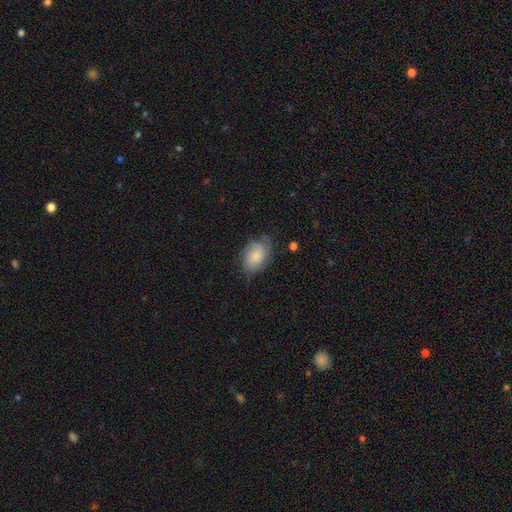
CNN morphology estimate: Smooth or featured?
  - smooth: 68% *
  - featured or disk: 25%
  - star or artifact: 7%
How rounded?
  - in between: 87% *
  - round: 11%
  - cigar-shaped: 1%
Merging?
  - none: 58% *
  - minor disturbance: 31%
  - major disturbance: 9%
  - merger: 2%